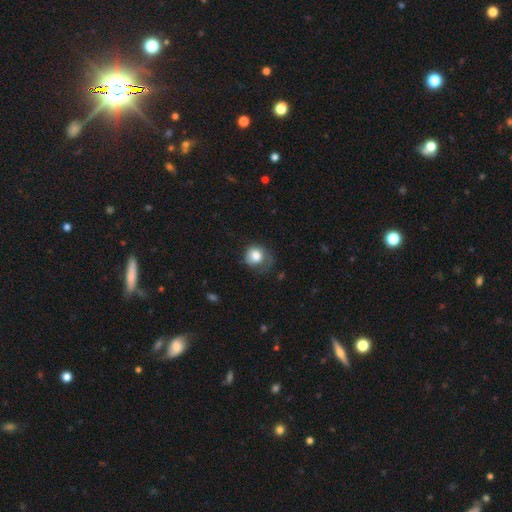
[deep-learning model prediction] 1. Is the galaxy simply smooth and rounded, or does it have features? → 78% smooth, 14% featured or disk, 8% star or artifact.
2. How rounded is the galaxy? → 76% round, 23% in between, 1% cigar-shaped.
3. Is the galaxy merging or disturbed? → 43% none, 30% minor disturbance, 25% major disturbance, 2% merger.